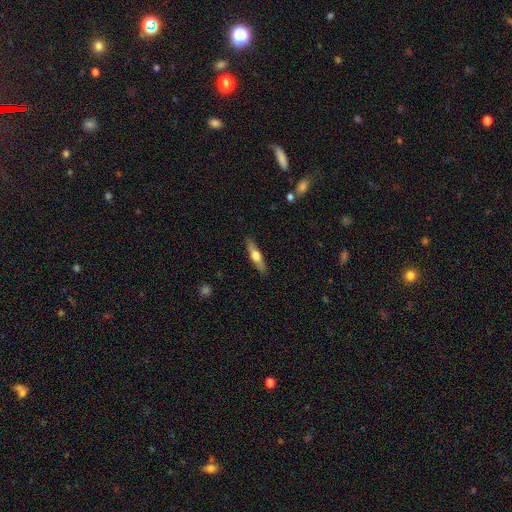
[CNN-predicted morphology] Smooth or featured: smooth — 49% (featured or disk — 46%)
Merging: none — 88% (minor disturbance — 8%)